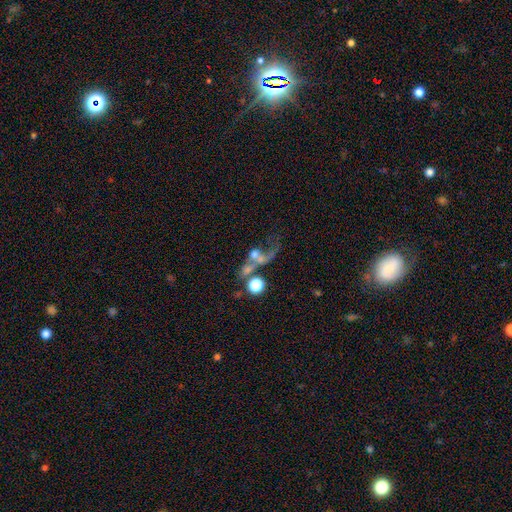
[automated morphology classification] The model was most divided on "smooth or featured": featured or disk: 43%, smooth: 37%, star or artifact: 20%. Remaining: merging — merger (46%).